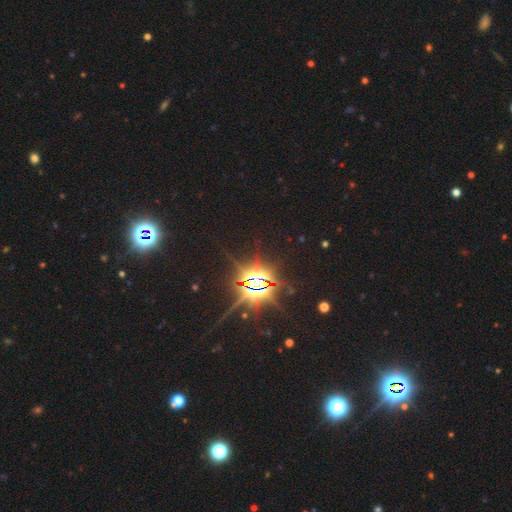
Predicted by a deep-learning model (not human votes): The model was most divided on "smooth or featured": star or artifact: 86%, smooth: 8%, featured or disk: 7%.